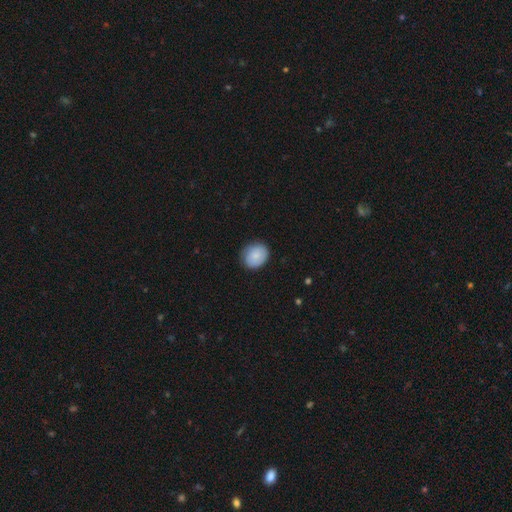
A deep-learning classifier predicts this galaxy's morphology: smooth_or_featured: smooth (p=0.80) [alt: featured or disk p=0.13]
how_rounded: round (p=0.64) [alt: in between p=0.35]
merging: none (p=0.80) [alt: minor disturbance p=0.16]